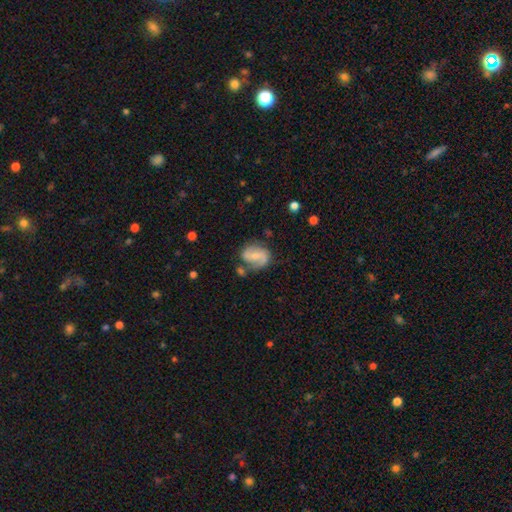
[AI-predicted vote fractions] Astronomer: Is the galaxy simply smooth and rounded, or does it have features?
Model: featured or disk — 72%.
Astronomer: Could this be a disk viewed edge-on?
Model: no — 98%.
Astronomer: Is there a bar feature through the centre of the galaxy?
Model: weak — 46% (runner-up: no, 37%).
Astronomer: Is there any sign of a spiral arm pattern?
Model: yes — 92%.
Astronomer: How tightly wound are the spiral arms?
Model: medium — 49% (runner-up: loose, 27%).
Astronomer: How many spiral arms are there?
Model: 2 — 85%.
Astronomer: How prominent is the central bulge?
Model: small — 53% (runner-up: moderate, 36%).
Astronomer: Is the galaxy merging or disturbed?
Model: none — 62%.